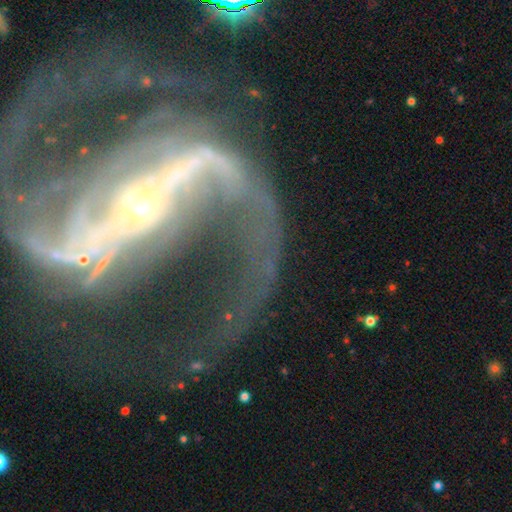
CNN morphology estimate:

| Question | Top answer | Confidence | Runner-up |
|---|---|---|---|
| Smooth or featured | featured or disk | 88% | star or artifact (7%) |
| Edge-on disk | no | 94% | yes (6%) |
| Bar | strong | 59% | weak (21%) |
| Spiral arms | yes | 91% | no (9%) |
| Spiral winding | loose | 57% | medium (30%) |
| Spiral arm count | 2 | 69% | 1 (10%) |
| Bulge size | small | 63% | moderate (31%) |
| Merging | major disturbance | 39% | none (38%) |